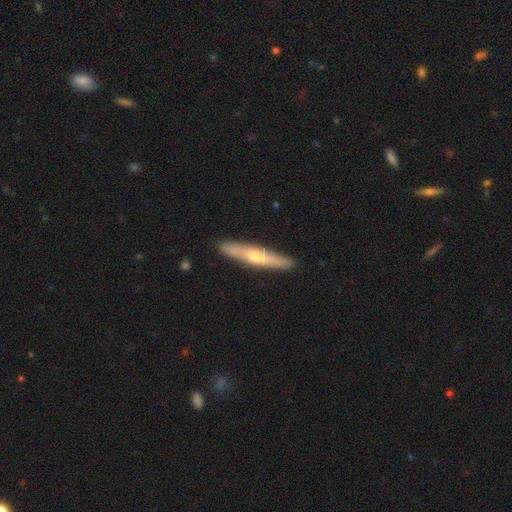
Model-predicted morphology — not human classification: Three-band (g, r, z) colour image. It shows a featured or disk galaxy (54%) viewed edge-on (89%). Merging: none (91%).